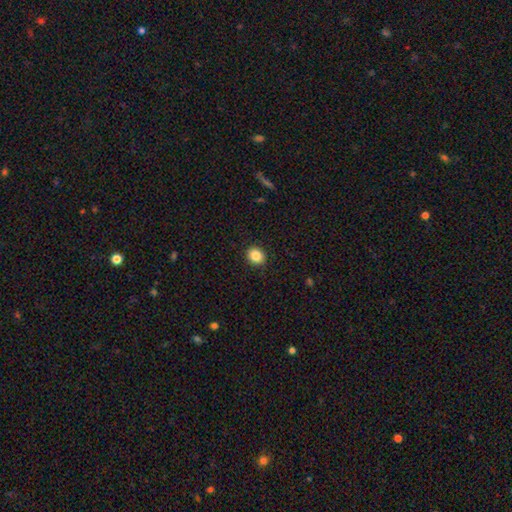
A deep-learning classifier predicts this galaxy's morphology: smooth 86%, star or artifact 9%, featured or disk 5%. Down the decision tree: how rounded — round (64%); merging — none (91%).